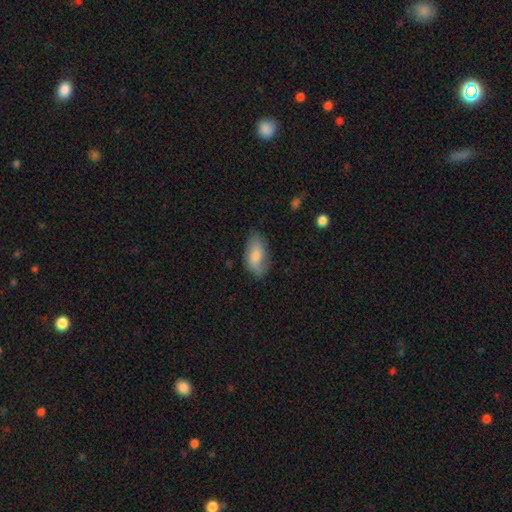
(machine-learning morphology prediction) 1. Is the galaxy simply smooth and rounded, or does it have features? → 67% smooth, 26% featured or disk, 7% star or artifact.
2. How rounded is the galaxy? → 92% in between, 4% round, 4% cigar-shaped.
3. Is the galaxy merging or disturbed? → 67% none, 24% minor disturbance, 7% major disturbance, 2% merger.